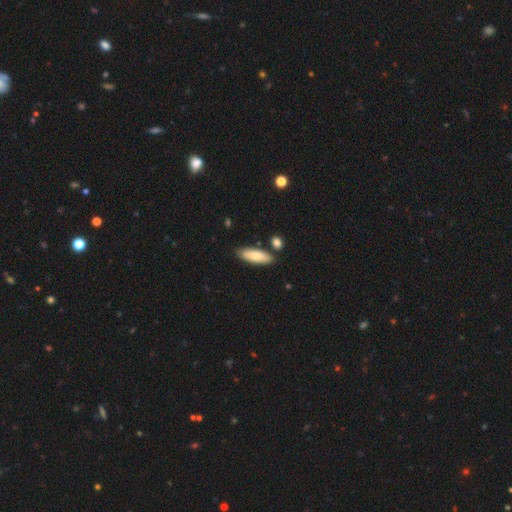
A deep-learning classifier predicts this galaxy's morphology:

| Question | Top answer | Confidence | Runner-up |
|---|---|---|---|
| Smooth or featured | smooth | 76% | featured or disk (18%) |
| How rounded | in between | 62% | cigar-shaped (36%) |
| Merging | none | 81% | minor disturbance (11%) |